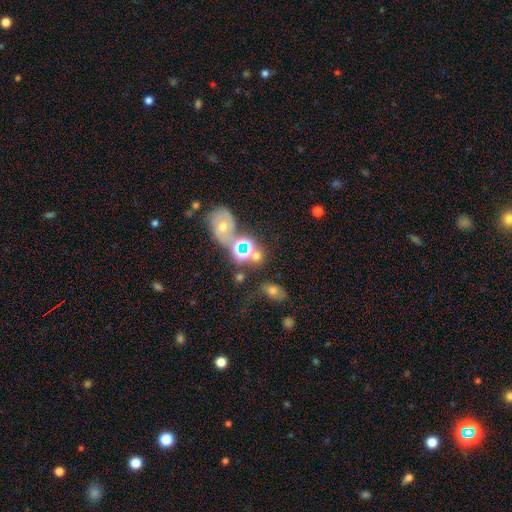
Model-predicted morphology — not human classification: A smooth galaxy with no disk features (48%). Merging: none (47%).